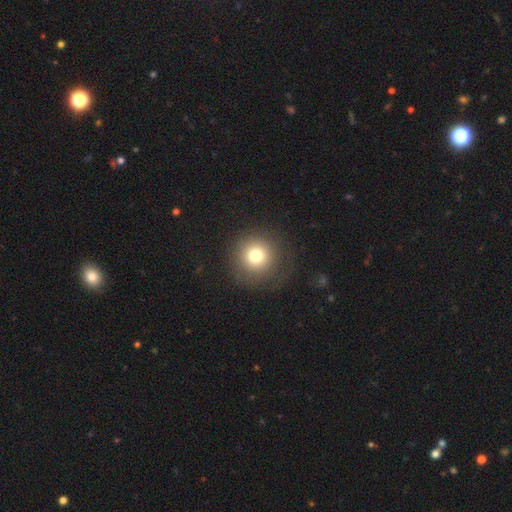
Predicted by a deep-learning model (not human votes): Smooth or featured? smooth (76%)
How rounded? round (95%)
Merging? none (83%)